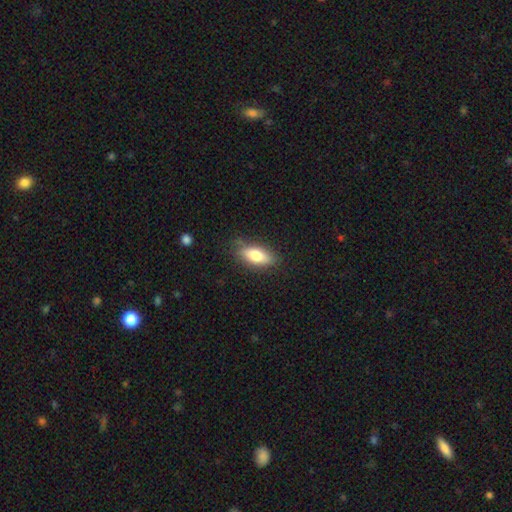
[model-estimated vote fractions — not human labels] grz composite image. It shows a smooth galaxy with no disk features (72%) that is in between round and cigar-shaped (74%). Merging: none (77%).